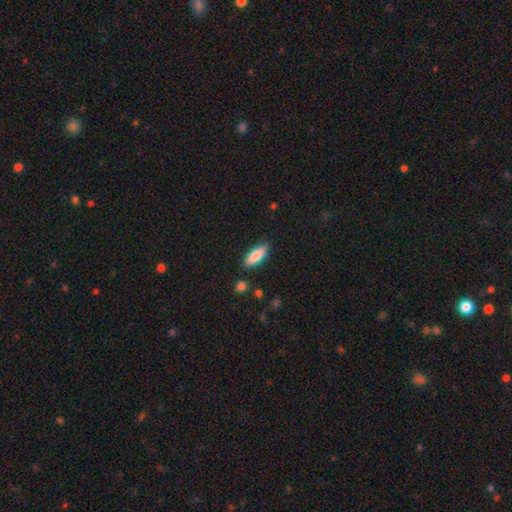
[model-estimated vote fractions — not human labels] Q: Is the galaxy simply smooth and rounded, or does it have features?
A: smooth — 82%.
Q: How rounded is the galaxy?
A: in between — 68%.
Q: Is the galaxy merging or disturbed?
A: none — 84%.